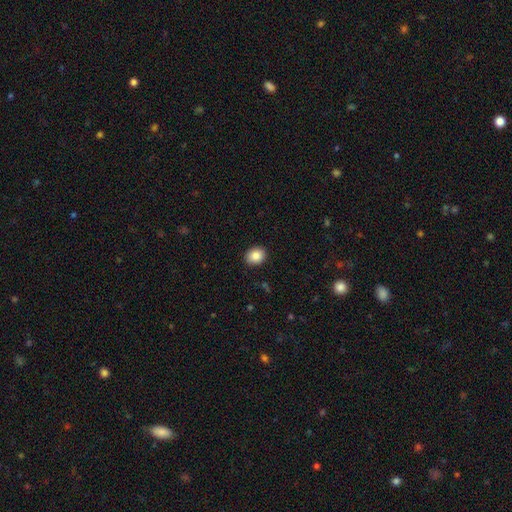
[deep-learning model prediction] Morphology: type=smooth (86%); roundness=round (57%); merging=none (90%).